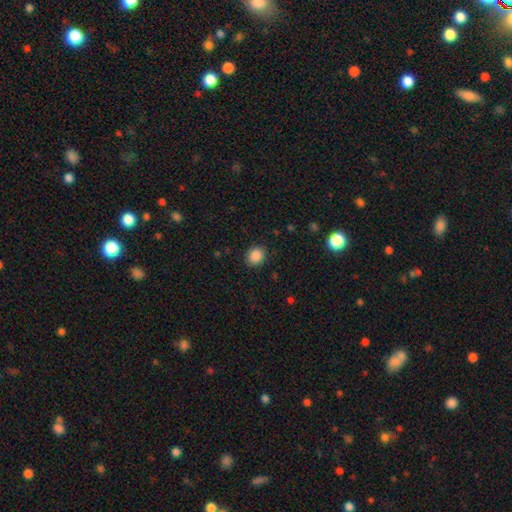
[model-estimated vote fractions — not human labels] A smooth galaxy with no disk features (88%) that is round (66%). Merging: none (88%).